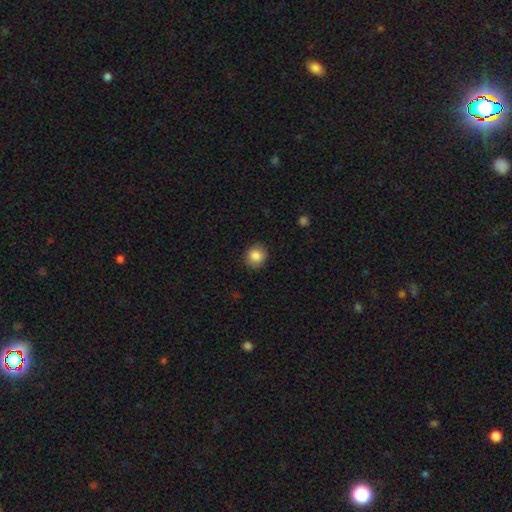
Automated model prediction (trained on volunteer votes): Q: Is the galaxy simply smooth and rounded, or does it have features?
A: smooth — 86%.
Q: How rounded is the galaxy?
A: round — 85%.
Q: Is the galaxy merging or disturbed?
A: none — 89%.